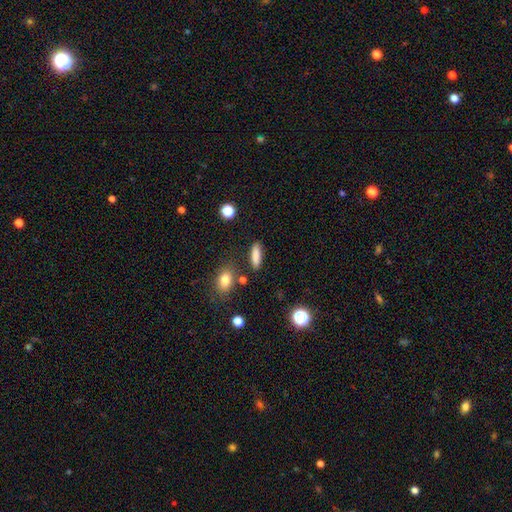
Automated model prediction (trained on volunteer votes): Morphology: type=smooth (84%); roundness=cigar-shaped (49%); merging=none (82%).